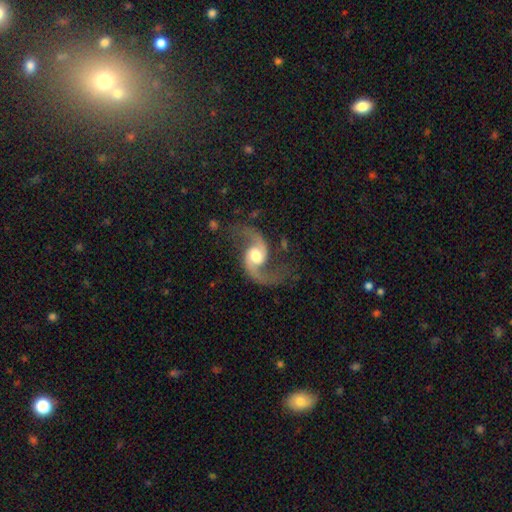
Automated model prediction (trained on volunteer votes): Morphology: type=featured or disk (92%); edge-on=no (98%); bar=no (52%); spiral arms=yes (98%); winding=loose (65%); arm count=2 (94%); bulge=moderate (58%); merging=none (74%).